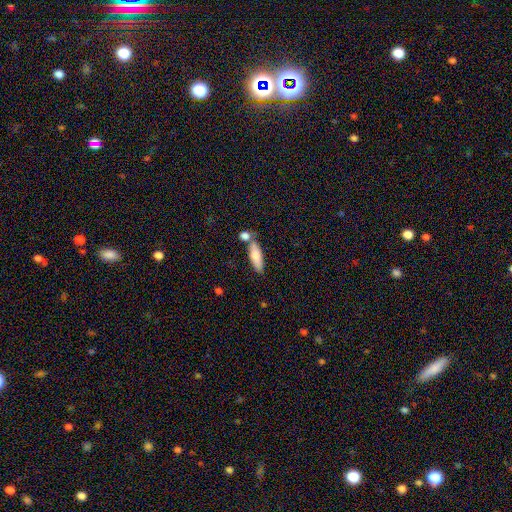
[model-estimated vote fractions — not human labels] A smooth galaxy with no disk features (80%) that is in between round and cigar-shaped (56%). Merging: none (56%).